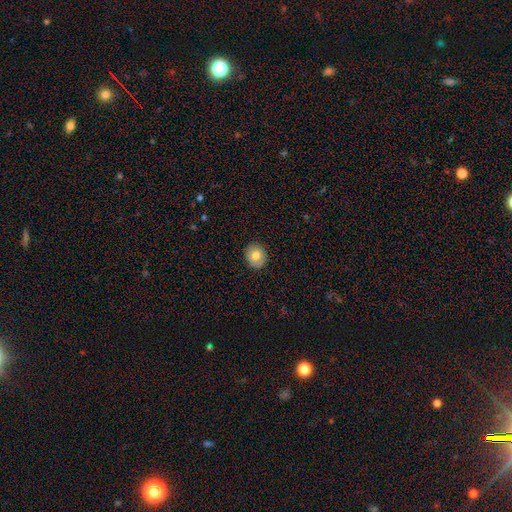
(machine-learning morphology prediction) This is likely a smooth galaxy (77%). How rounded: likely round (76%). Merging: clearly none (90%).